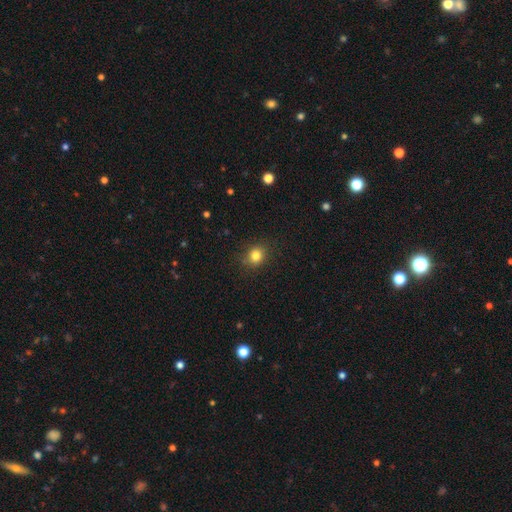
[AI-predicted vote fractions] smooth_or_featured: smooth (p=0.81) [alt: star or artifact p=0.13]
how_rounded: round (p=0.75) [alt: in between p=0.24]
merging: none (p=0.85) [alt: minor disturbance p=0.11]